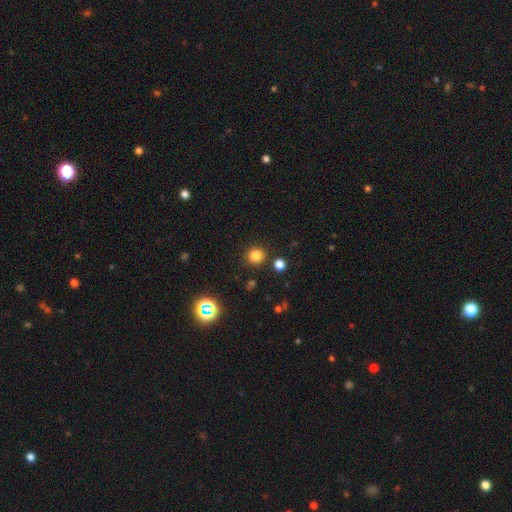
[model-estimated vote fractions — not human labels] This is likely a smooth galaxy (80%). How rounded: clearly round (91%). Merging: clearly none (87%).